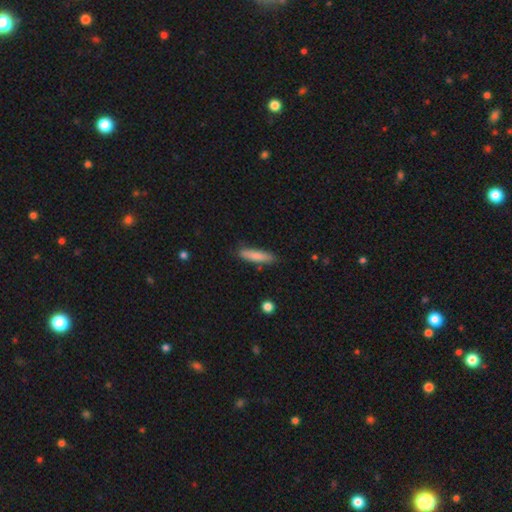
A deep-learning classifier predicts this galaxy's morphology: Q: Smooth or featured?
A: smooth (83%); runner-up: featured or disk (11%)
Q: How rounded?
A: cigar-shaped (77%); runner-up: in between (21%)
Q: Merging?
A: none (81%); runner-up: minor disturbance (14%)